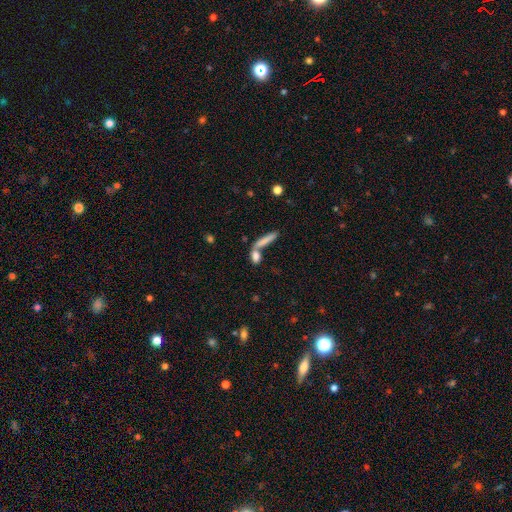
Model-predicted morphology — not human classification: Smooth or featured?
  - smooth: 76% *
  - featured or disk: 15%
  - star or artifact: 9%
How rounded?
  - cigar-shaped: 55% *
  - in between: 36%
  - round: 9%
Merging?
  - none: 46% *
  - merger: 40%
  - minor disturbance: 9%
  - major disturbance: 5%